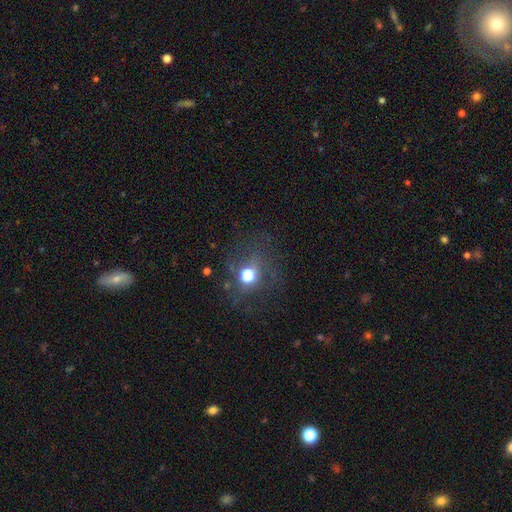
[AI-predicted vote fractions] Smooth or featured? smooth (44%)
Merging? none (75%)